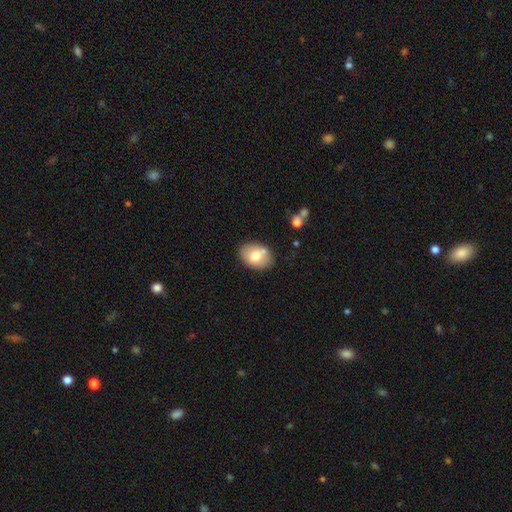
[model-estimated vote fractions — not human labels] smooth 73%, featured or disk 19%, star or artifact 8%. Down the decision tree: how rounded — in between (76%); merging — none (76%).